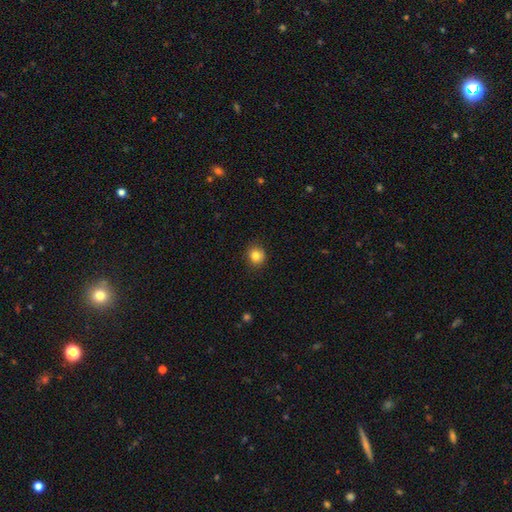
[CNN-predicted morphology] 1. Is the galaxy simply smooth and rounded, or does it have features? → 82% smooth, 11% star or artifact, 7% featured or disk.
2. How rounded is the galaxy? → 83% round, 16% in between, 1% cigar-shaped.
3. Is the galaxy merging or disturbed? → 85% none, 11% minor disturbance, 2% major disturbance, 1% merger.